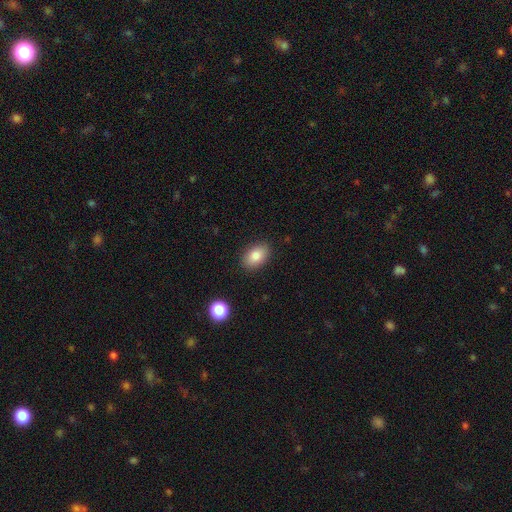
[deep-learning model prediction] Smooth or featured? Predicted: smooth (p=0.83). How rounded? Predicted: in between (p=0.87). Merging? Predicted: none (p=0.88).